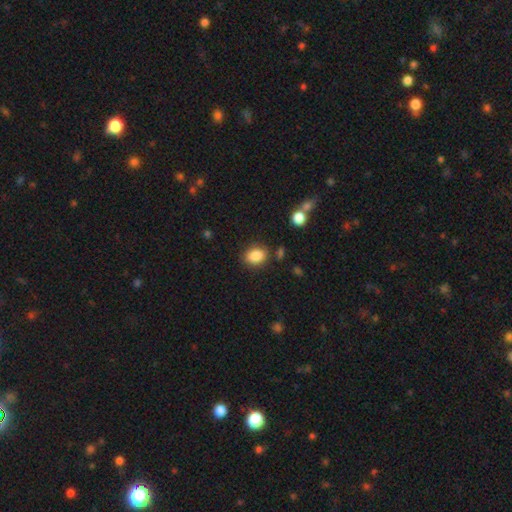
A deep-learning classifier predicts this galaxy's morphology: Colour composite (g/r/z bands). It shows a smooth galaxy with no disk features (87%) that is in between round and cigar-shaped (69%). Merging: none (82%).